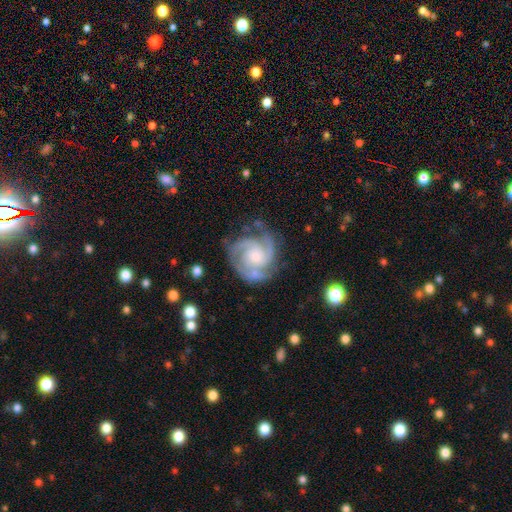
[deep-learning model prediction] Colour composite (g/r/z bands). It shows a featured or disk galaxy (90%) with no bar (71%), 3 (53%) tight (57%) spiral arms (98%) and a small central bulge (51%). Merging: none (69%).